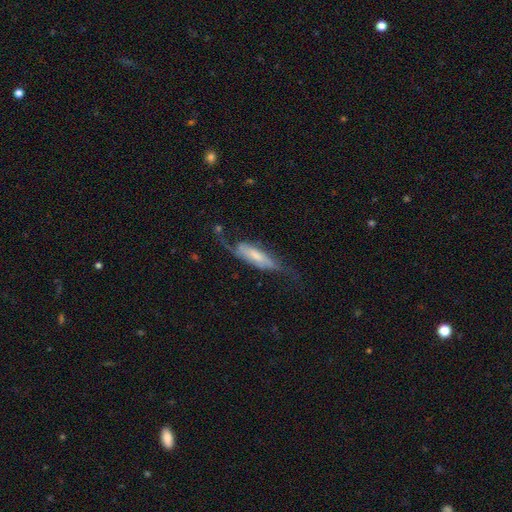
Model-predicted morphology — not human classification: A featured or disk galaxy (63%).

Vote fractions:
- Smooth or featured? featured or disk: 63% / smooth: 30% / star or artifact: 6%
- Edge-on disk? no: 63% / yes: 37%
- Merging? none: 47% / major disturbance: 27% / minor disturbance: 24% / merger: 3%